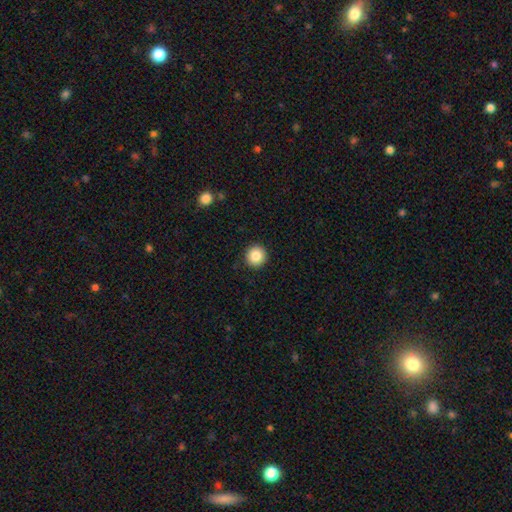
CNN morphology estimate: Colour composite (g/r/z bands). It shows a smooth galaxy with no disk features (86%) that is round (95%). Merging: none (92%).